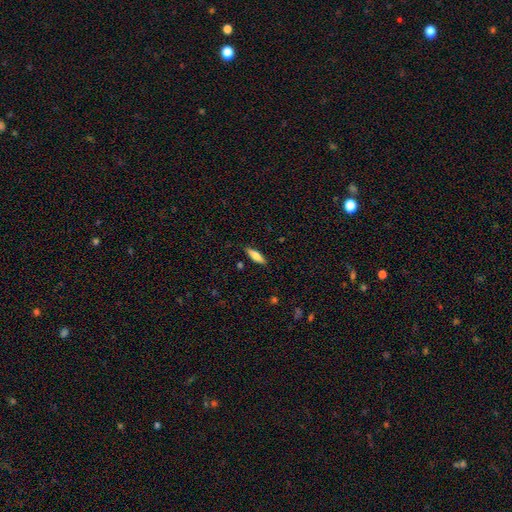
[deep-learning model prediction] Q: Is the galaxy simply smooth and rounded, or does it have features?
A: smooth — 73%.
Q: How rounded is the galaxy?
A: cigar-shaped — 51%.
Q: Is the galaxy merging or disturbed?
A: none — 87%.